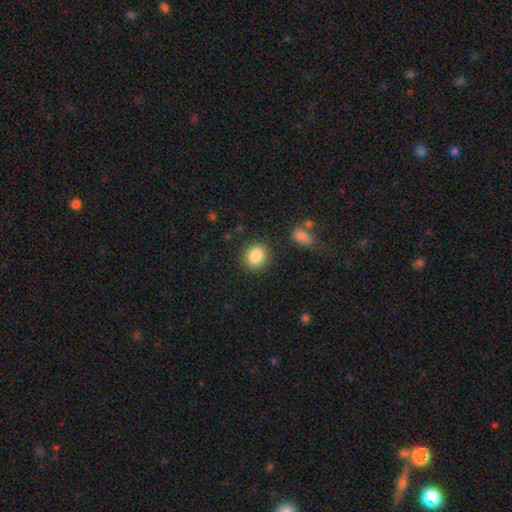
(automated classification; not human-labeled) This is clearly a smooth galaxy (86%). How rounded: likely round (78%). Merging: clearly none (87%).